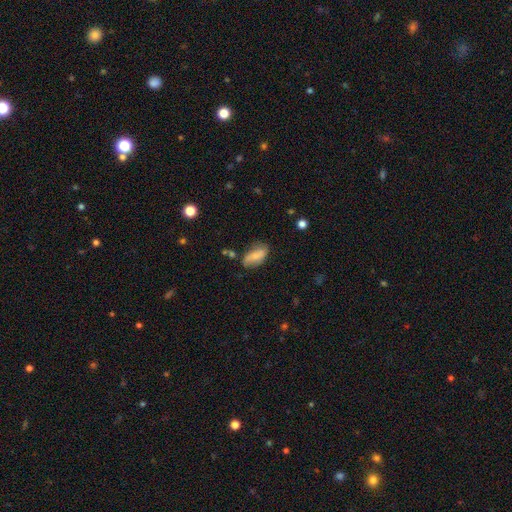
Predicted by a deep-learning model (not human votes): Smooth or featured: smooth — 67% (featured or disk — 26%)
How rounded: in between — 86% (cigar-shaped — 10%)
Merging: none — 63% (minor disturbance — 26%)